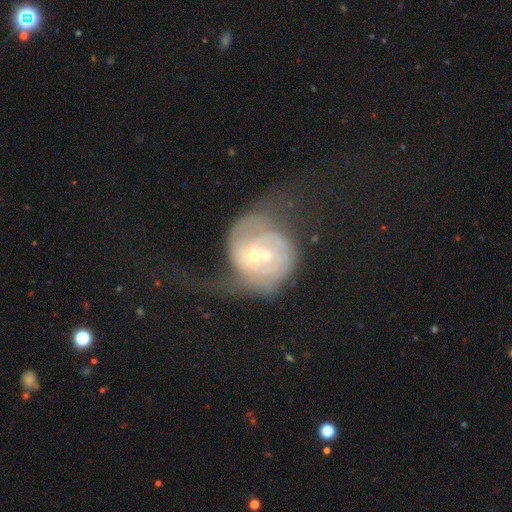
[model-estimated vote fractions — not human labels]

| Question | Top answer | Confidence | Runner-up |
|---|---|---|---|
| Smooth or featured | featured or disk | 73% | smooth (19%) |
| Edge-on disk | no | 97% | yes (3%) |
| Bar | no | 76% | weak (20%) |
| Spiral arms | yes | 77% | no (23%) |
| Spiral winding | tight | 36% | loose (32%) |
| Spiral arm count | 2 | 52% | can't tell (26%) |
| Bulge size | small | 48% | moderate (45%) |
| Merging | merger | 48% | major disturbance (27%) |